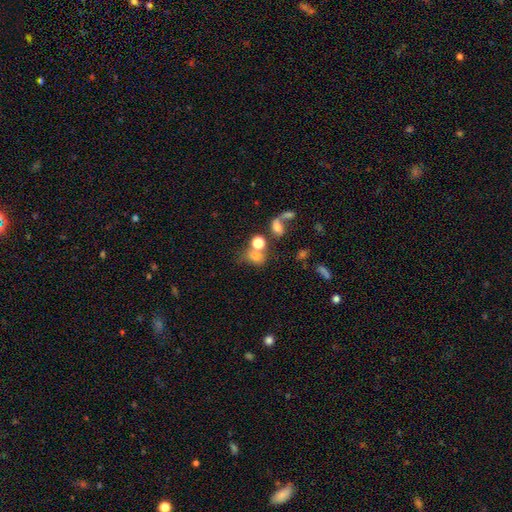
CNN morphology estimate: smooth 70%, star or artifact 17%, featured or disk 13%. Down the decision tree: how rounded — round (50%); merging — merger (40%).